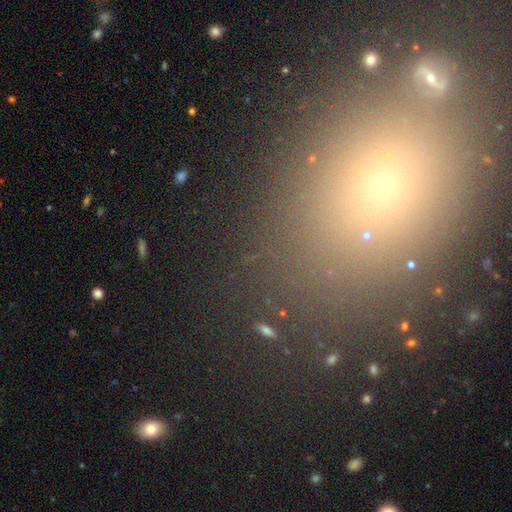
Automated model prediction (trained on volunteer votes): A smooth galaxy with no disk features (54%) that is in between round and cigar-shaped (61%). Merging: none (82%).